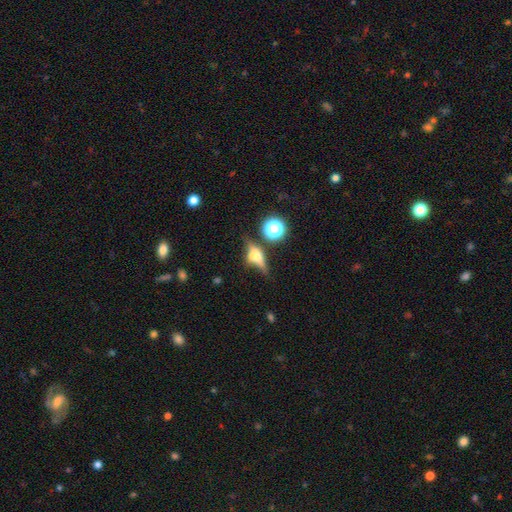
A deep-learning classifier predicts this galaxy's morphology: Smooth or featured?
  - featured or disk: 57% *
  - smooth: 29%
  - star or artifact: 14%
Edge-on disk?
  - yes: 85% *
  - no: 15%
Merging?
  - none: 58% *
  - minor disturbance: 22%
  - major disturbance: 13%
  - merger: 8%